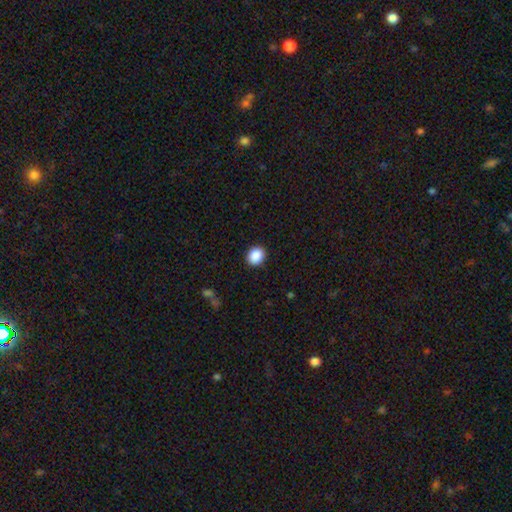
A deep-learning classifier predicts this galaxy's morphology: smooth-or-featured: smooth: 89% | star or artifact: 9% | featured or disk: 3%
  how-rounded: round: 67% | in between: 32% | cigar-shaped: 1%
  merging: none: 91% | minor disturbance: 6% | major disturbance: 2% | merger: 1%